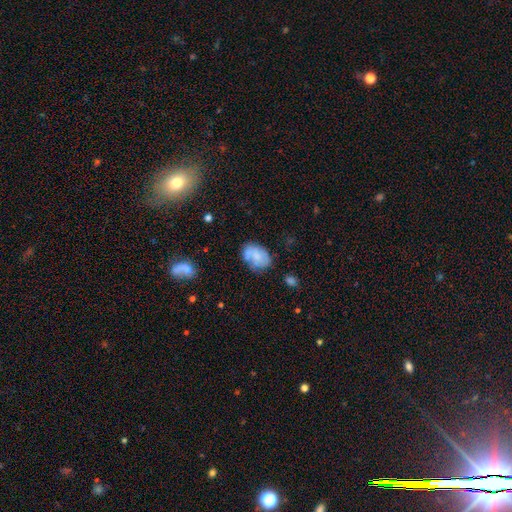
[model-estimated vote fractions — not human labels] This is possibly a smooth galaxy (60%). How rounded: likely in between (78%). Merging: possibly none (56%).